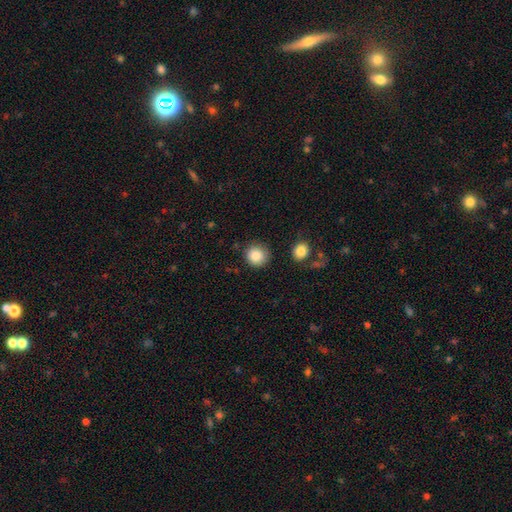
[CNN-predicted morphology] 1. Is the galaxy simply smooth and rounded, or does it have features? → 86% smooth, 9% star or artifact, 5% featured or disk.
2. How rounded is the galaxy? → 91% round, 8% in between, 1% cigar-shaped.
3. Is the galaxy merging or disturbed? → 84% none, 10% minor disturbance, 3% major disturbance, 3% merger.